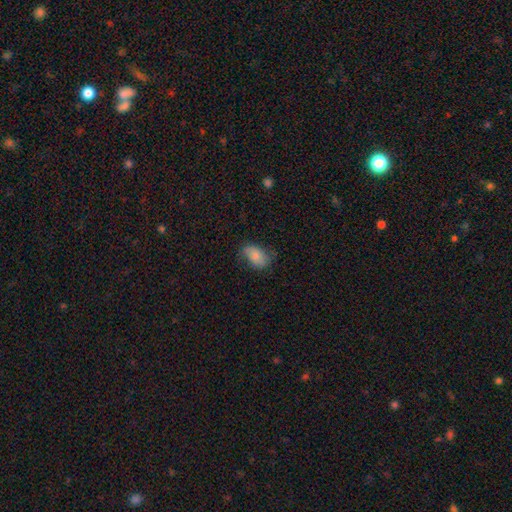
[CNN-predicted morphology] A smooth galaxy with no disk features (80%) that is in between round and cigar-shaped (91%).

Vote fractions:
- Smooth or featured? smooth: 80% / featured or disk: 13% / star or artifact: 7%
- How rounded? in between: 91% / round: 7% / cigar-shaped: 2%
- Merging? none: 61% / minor disturbance: 29% / major disturbance: 9% / merger: 2%